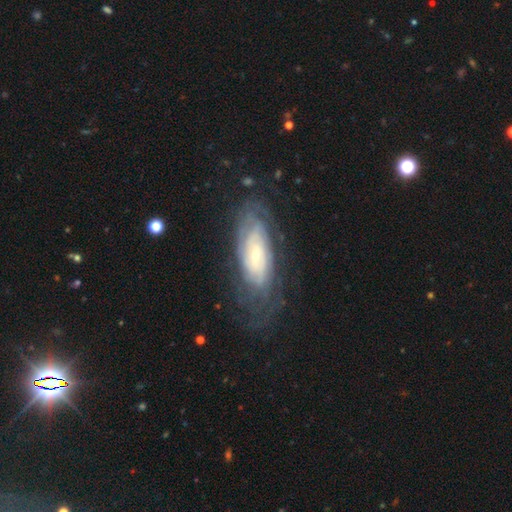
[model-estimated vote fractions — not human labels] A featured or disk galaxy (74%) with no bar (69%), tight (72%) spiral arms (87%) and a small central bulge (77%). Merging: none (68%).